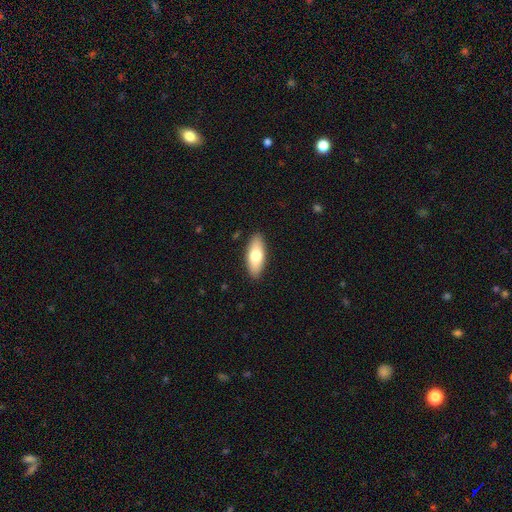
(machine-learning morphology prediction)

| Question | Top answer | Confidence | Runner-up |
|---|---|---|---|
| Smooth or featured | smooth | 73% | featured or disk (21%) |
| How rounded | in between | 78% | cigar-shaped (20%) |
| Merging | none | 89% | minor disturbance (9%) |